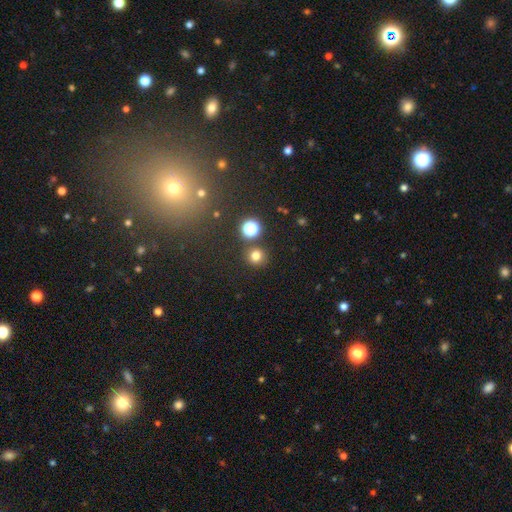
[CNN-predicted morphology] This is likely a smooth galaxy (77%). How rounded: clearly round (91%). Merging: clearly none (84%).